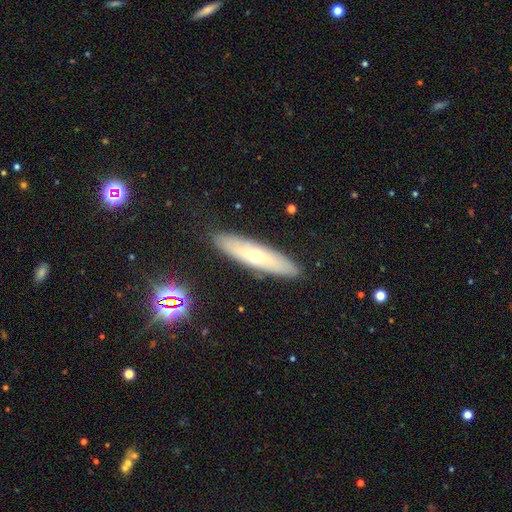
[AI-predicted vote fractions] This appears to be a featured or disk galaxy (46%). Merging: none (89%).